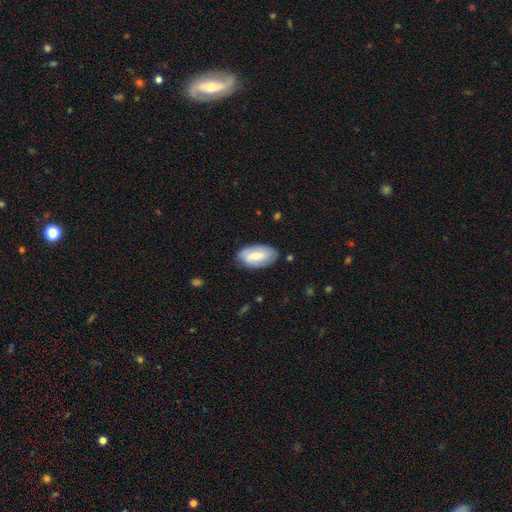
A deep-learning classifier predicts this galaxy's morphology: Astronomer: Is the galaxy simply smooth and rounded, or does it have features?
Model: smooth — 54% (runner-up: featured or disk, 40%).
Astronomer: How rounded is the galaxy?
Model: in between — 94%.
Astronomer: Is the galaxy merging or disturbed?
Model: none — 78%.